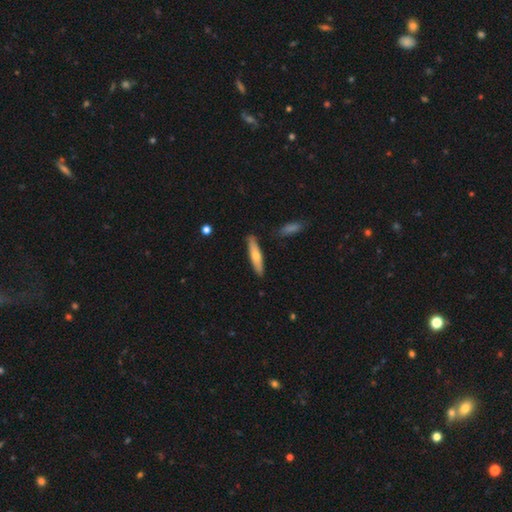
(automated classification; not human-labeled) This is likely a smooth galaxy (61%). How rounded: clearly cigar-shaped (81%). Merging: clearly none (86%).